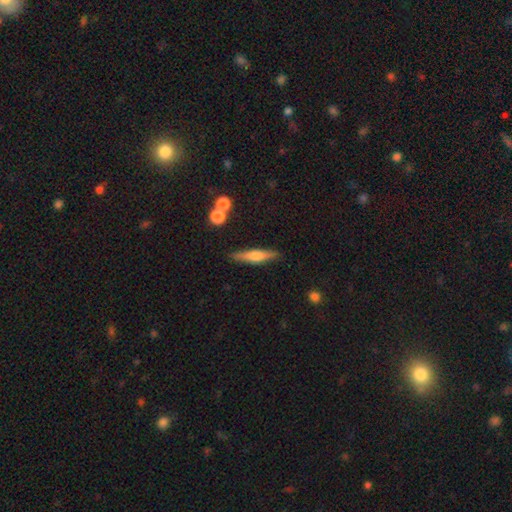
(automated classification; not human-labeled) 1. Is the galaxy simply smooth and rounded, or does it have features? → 47% featured or disk, 46% smooth, 7% star or artifact.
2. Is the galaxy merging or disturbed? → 86% none, 9% minor disturbance, 3% merger, 2% major disturbance.